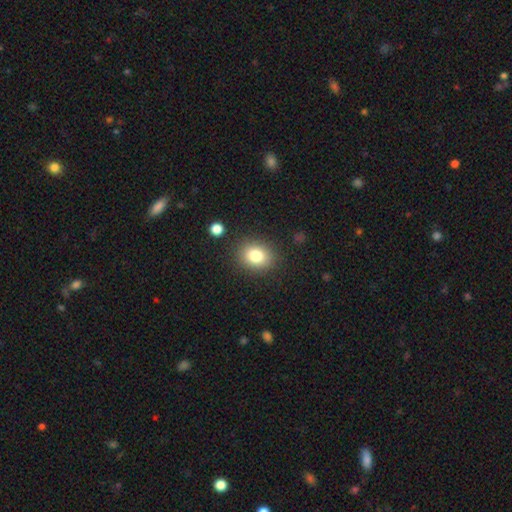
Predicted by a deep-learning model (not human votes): smooth_or_featured: smooth (p=0.81) [alt: star or artifact p=0.11]
how_rounded: round (p=0.56) [alt: in between p=0.43]
merging: none (p=0.86) [alt: minor disturbance p=0.09]